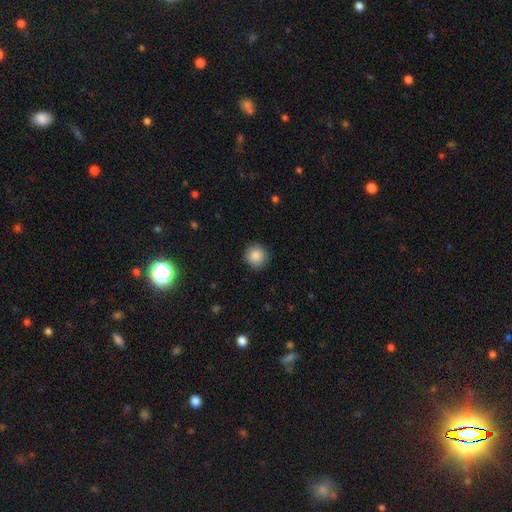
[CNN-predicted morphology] smooth-or-featured: smooth: 87% | star or artifact: 8% | featured or disk: 4%
  how-rounded: round: 94% | in between: 5% | cigar-shaped: 1%
  merging: none: 89% | minor disturbance: 8% | major disturbance: 2% | merger: 1%